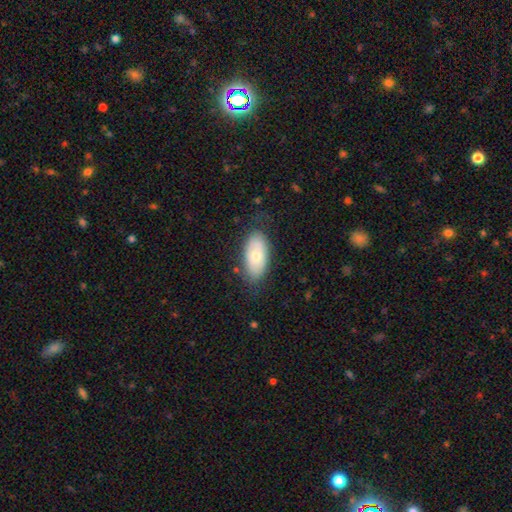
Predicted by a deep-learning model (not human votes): Smooth or featured? Predicted: smooth (p=0.69). How rounded? Predicted: in between (p=0.93). Merging? Predicted: none (p=0.77).